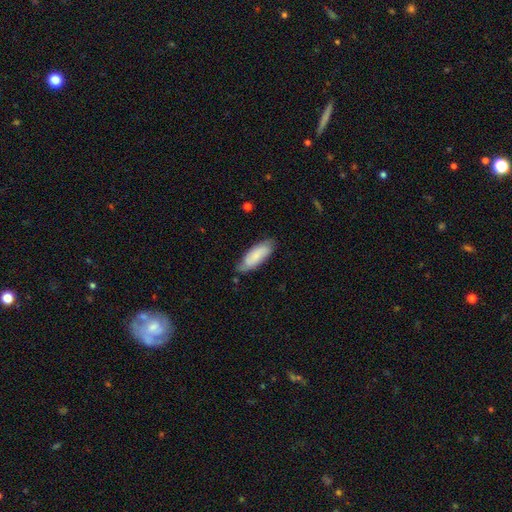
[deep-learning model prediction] The model was most divided on "smooth or featured": smooth: 68%, featured or disk: 26%, star or artifact: 6%. More confident: how rounded — in between (71%); merging — none (69%).